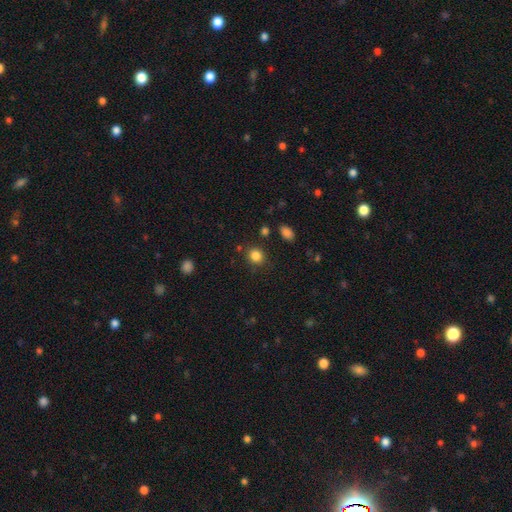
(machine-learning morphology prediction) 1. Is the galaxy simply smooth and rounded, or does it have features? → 84% smooth, 12% star or artifact, 4% featured or disk.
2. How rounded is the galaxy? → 81% round, 18% in between, 1% cigar-shaped.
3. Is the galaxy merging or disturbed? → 84% none, 9% minor disturbance, 4% merger, 3% major disturbance.